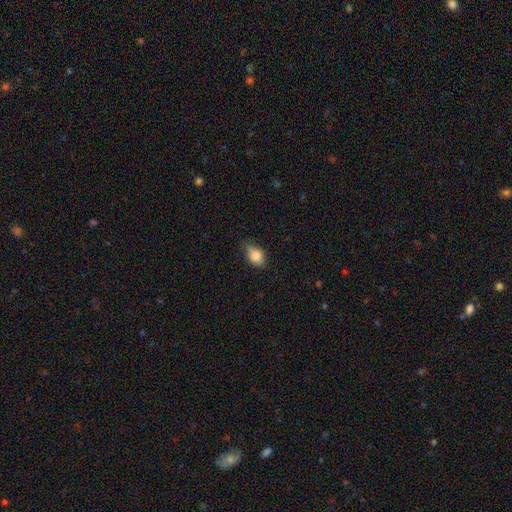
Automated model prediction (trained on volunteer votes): smooth-or-featured: smooth: 83% | featured or disk: 8% | star or artifact: 8%
  how-rounded: in between: 75% | round: 22% | cigar-shaped: 3%
  merging: none: 55% | minor disturbance: 36% | major disturbance: 7% | merger: 1%